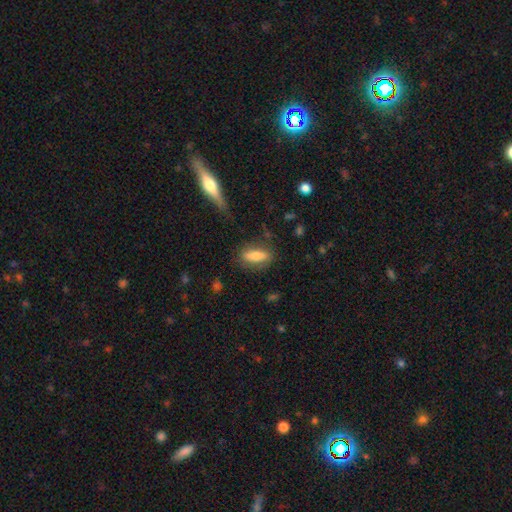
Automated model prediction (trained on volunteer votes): A smooth galaxy with no disk features (71%) that is in between round and cigar-shaped (57%). Merging: none (76%).